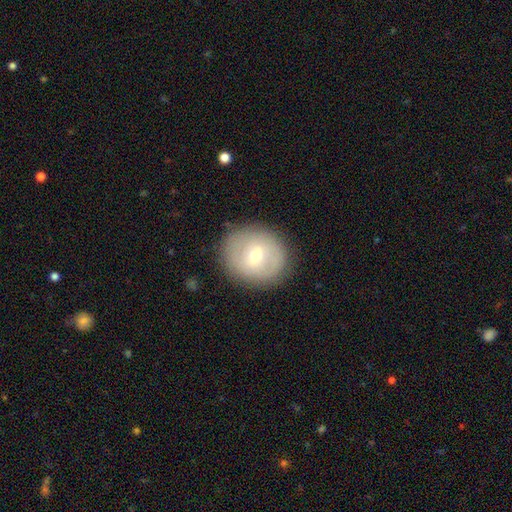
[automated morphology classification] Smooth or featured? smooth (51%)
How rounded? round (81%)
Merging? none (85%)